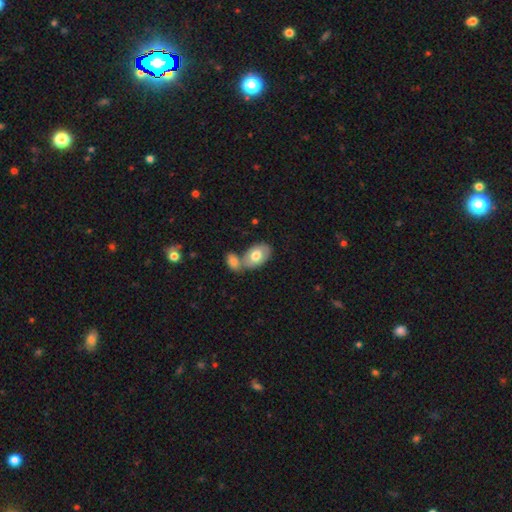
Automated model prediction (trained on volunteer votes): Smooth or featured?
  - smooth: 73% *
  - featured or disk: 21%
  - star or artifact: 6%
How rounded?
  - in between: 90% *
  - round: 9%
  - cigar-shaped: 1%
Merging?
  - merger: 45% *
  - none: 40%
  - minor disturbance: 11%
  - major disturbance: 4%